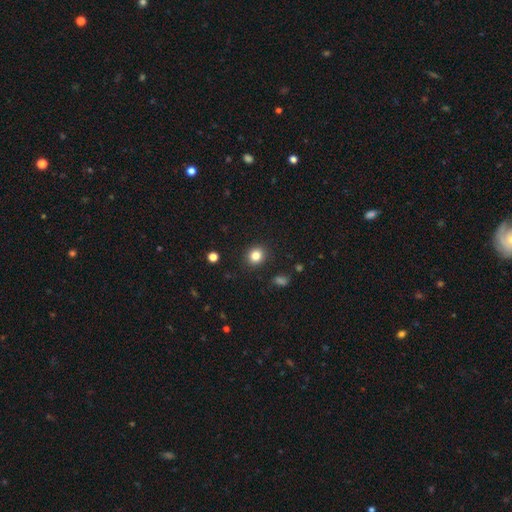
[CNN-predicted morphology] This appears to be a smooth galaxy with no disk features (83%) that is round (80%). Merging: none (90%).